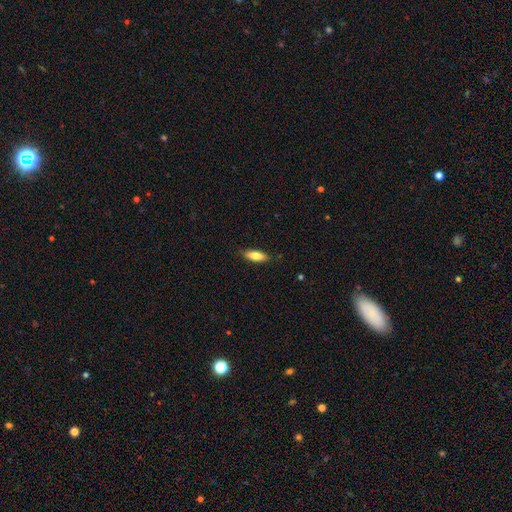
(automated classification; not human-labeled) Smooth or featured: smooth — 78% (featured or disk — 16%)
How rounded: in between — 60% (cigar-shaped — 38%)
Merging: none — 87% (minor disturbance — 10%)